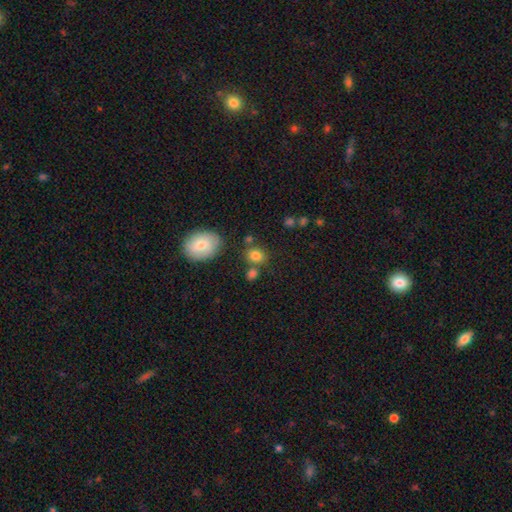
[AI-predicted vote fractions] Overall: smooth (83%). How rounded: round (63%; in between 36%). Merging: none (70%).